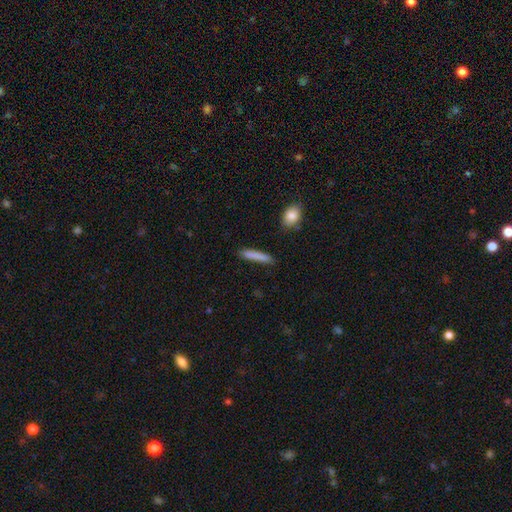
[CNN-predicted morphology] type=smooth (83%); roundness=cigar-shaped (91%); merging=none (84%).